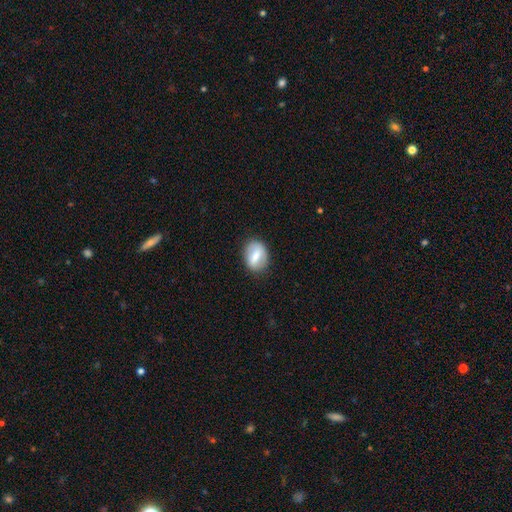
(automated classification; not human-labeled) Smooth or featured?
  - smooth: 66% *
  - featured or disk: 27%
  - star or artifact: 7%
How rounded?
  - in between: 73% *
  - round: 25%
  - cigar-shaped: 2%
Merging?
  - none: 81% *
  - minor disturbance: 14%
  - major disturbance: 4%
  - merger: 1%